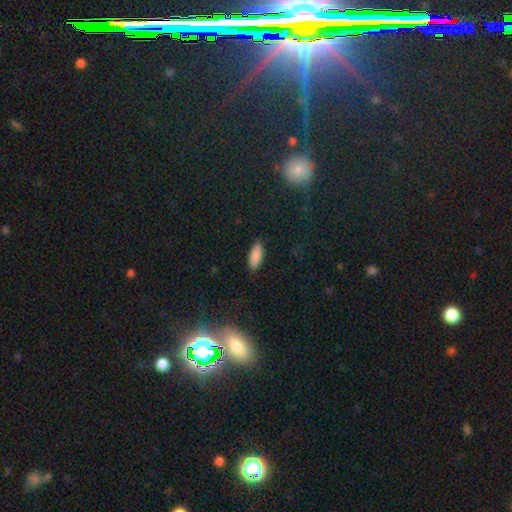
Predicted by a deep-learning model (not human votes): Overall: smooth (88%). How rounded: in between (71%). Merging: none (88%).